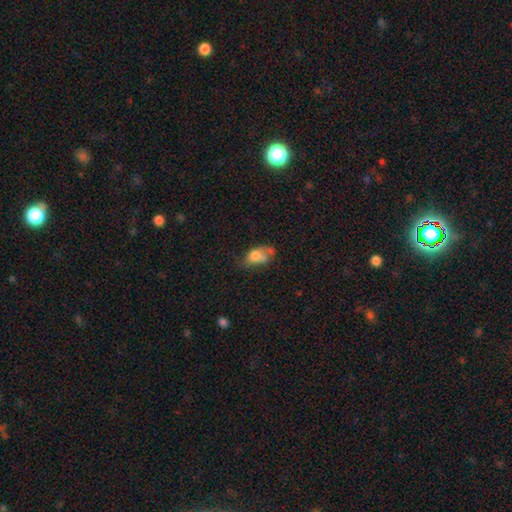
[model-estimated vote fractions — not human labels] A smooth galaxy with no disk features (64%) that is in between round and cigar-shaped (83%). Merging: none (30%).